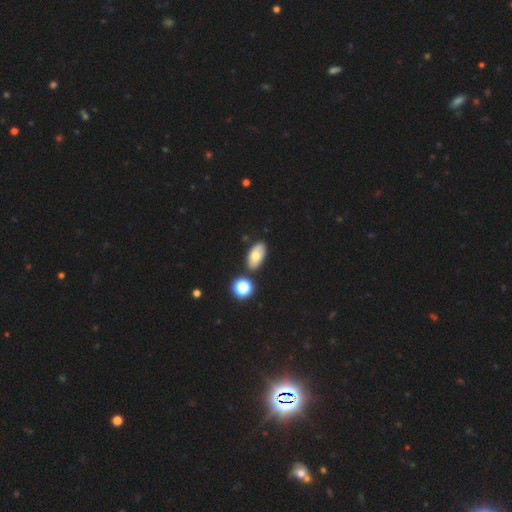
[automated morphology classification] The model was most divided on "smooth or featured": smooth: 71%, featured or disk: 19%, star or artifact: 11%. More confident: how rounded — in between (92%); merging — none (79%).